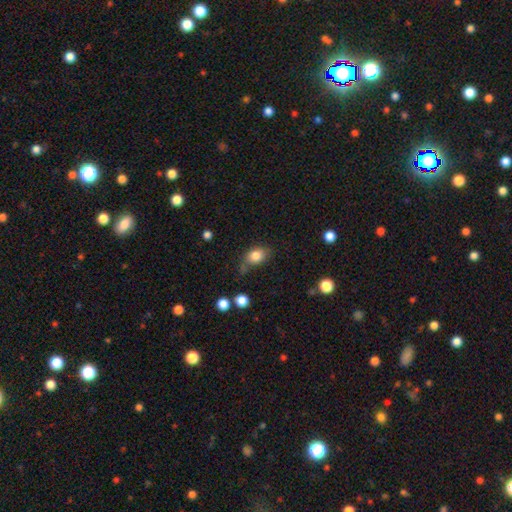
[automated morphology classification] Smooth or featured?
  - smooth: 82% *
  - star or artifact: 9%
  - featured or disk: 8%
How rounded?
  - in between: 71% *
  - round: 27%
  - cigar-shaped: 2%
Merging?
  - none: 58% *
  - minor disturbance: 26%
  - major disturbance: 9%
  - merger: 8%